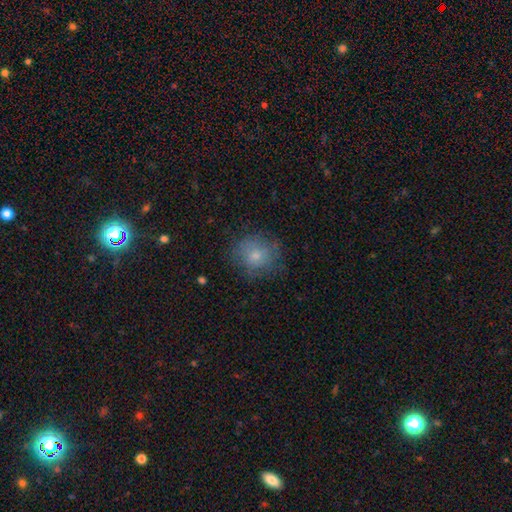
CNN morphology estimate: The model was most divided on "smooth or featured": smooth: 68%, featured or disk: 18%, star or artifact: 14%. More confident: how rounded — round (79%); merging — none (75%).